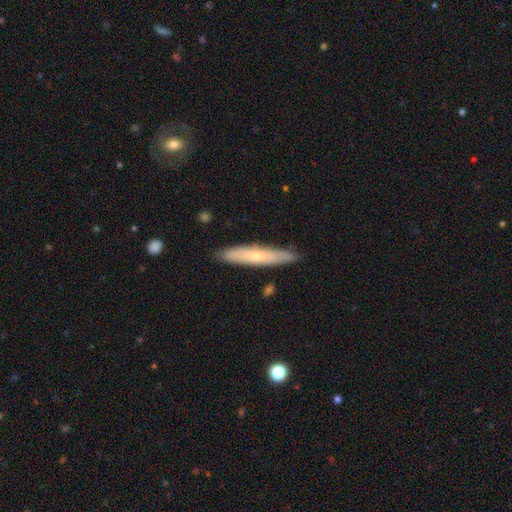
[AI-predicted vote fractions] Smooth or featured: smooth — 55% (featured or disk — 39%)
How rounded: cigar-shaped — 90% (in between — 9%)
Merging: none — 86% (minor disturbance — 11%)